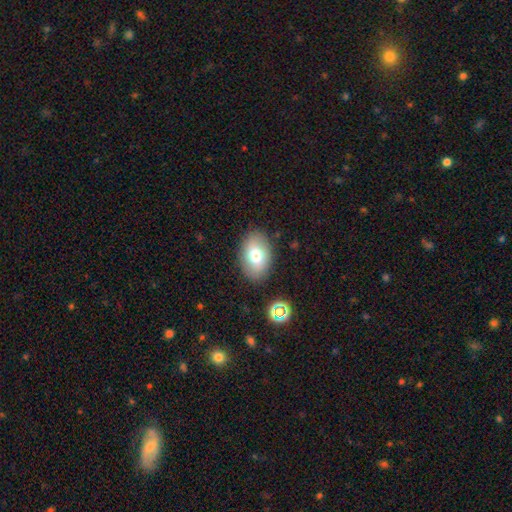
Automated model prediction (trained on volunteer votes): Morphology: type=smooth (72%); roundness=in between (86%); merging=none (86%).